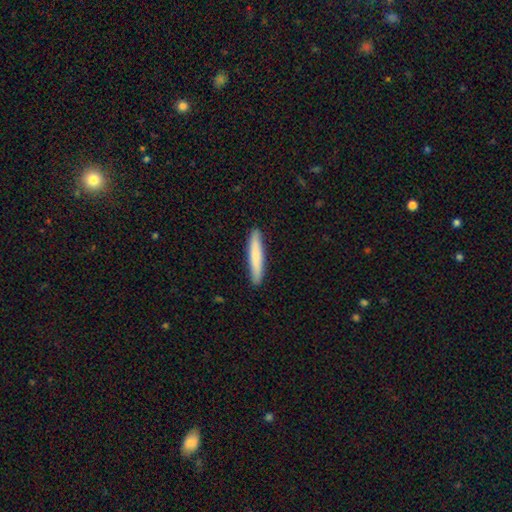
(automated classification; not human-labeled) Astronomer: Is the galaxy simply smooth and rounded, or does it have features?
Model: smooth — 74%.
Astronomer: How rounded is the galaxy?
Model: cigar-shaped — 93%.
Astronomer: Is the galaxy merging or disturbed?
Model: none — 90%.